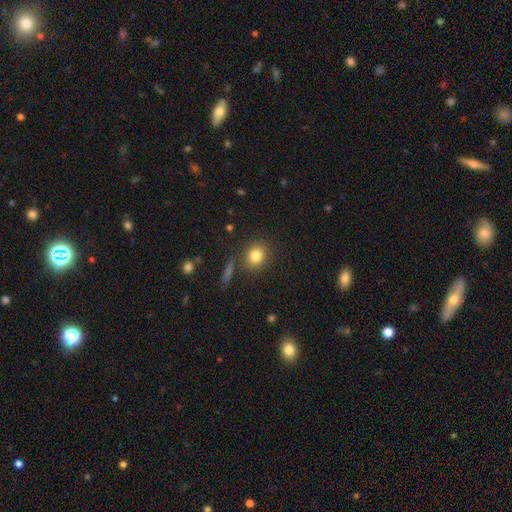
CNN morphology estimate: Smooth or featured?
  - smooth: 82% *
  - star or artifact: 10%
  - featured or disk: 7%
How rounded?
  - round: 69% *
  - in between: 30%
  - cigar-shaped: 1%
Merging?
  - none: 82% *
  - minor disturbance: 10%
  - merger: 5%
  - major disturbance: 3%